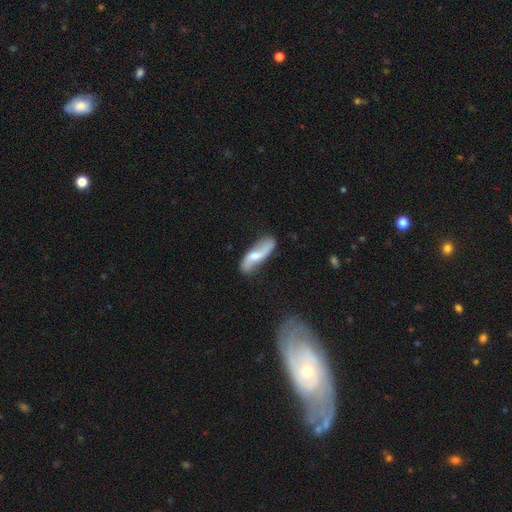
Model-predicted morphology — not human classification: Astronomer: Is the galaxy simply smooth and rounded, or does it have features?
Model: featured or disk — 61%.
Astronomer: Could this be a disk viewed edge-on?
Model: no — 86%.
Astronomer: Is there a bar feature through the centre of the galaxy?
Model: weak — 44% (runner-up: no, 40%).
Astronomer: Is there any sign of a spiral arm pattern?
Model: yes — 89%.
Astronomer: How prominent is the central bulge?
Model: moderate — 45% (runner-up: small, 33%).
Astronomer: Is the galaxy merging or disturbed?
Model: none — 66%.